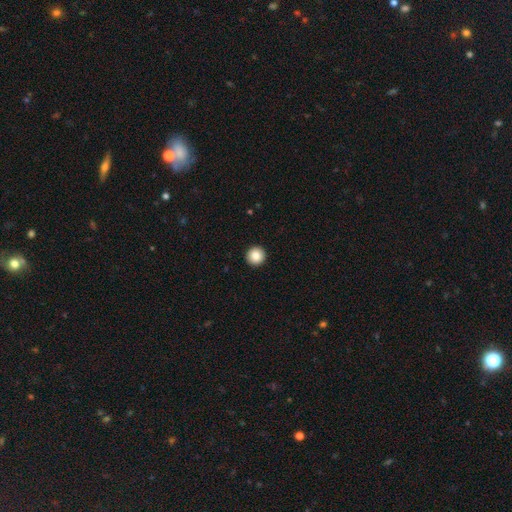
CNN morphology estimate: type=smooth (84%); roundness=round (96%); merging=none (94%).